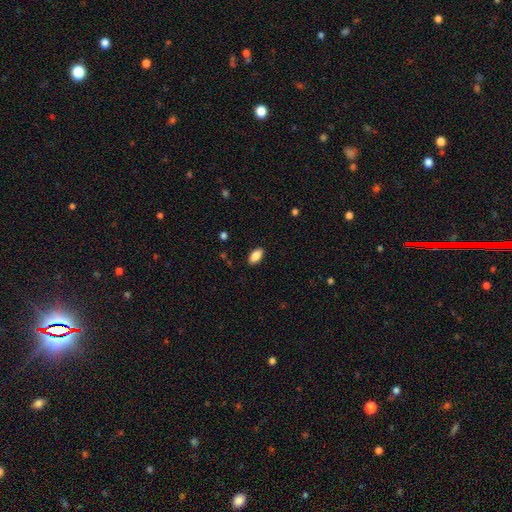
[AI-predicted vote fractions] The model was most divided on "smooth or featured": smooth: 85%, featured or disk: 7%, star or artifact: 7%. More confident: how rounded — in between (92%); merging — none (88%).